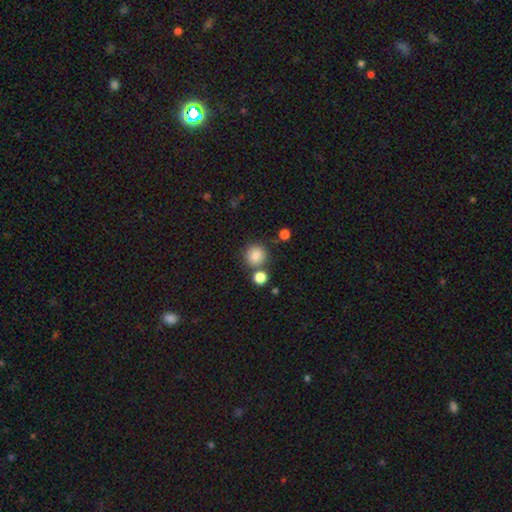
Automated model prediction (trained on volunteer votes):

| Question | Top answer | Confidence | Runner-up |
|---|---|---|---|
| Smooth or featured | smooth | 85% | star or artifact (10%) |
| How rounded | round | 90% | in between (9%) |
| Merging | none | 71% | merger (15%) |